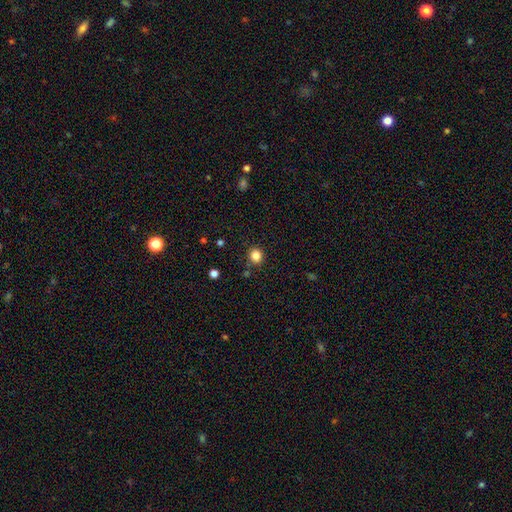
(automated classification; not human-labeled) This is clearly a smooth galaxy (84%). How rounded: clearly round (81%). Merging: clearly none (86%).